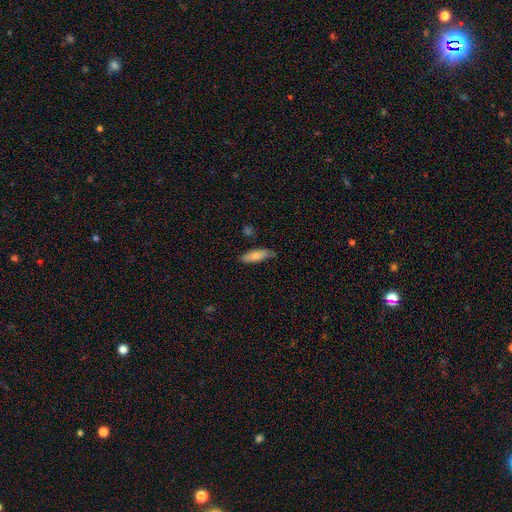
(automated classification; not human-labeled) This appears to be a smooth galaxy with no disk features (80%) that is cigar-shaped (53%). Merging: none (75%).